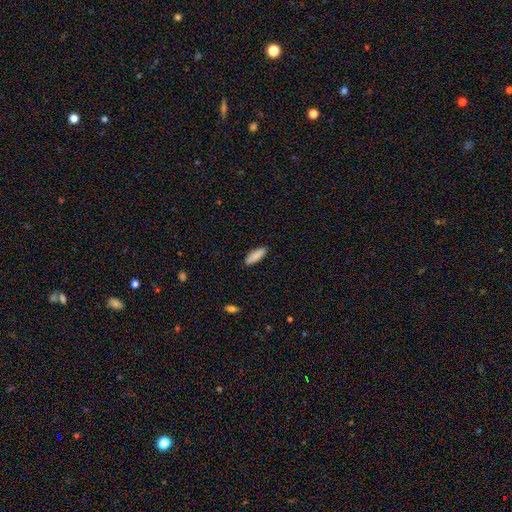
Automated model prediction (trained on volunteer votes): A smooth galaxy with no disk features (88%) that is in between round and cigar-shaped (58%).

Vote fractions:
- Smooth or featured? smooth: 88% / star or artifact: 6% / featured or disk: 5%
- How rounded? in between: 58% / cigar-shaped: 40% / round: 2%
- Merging? none: 89% / minor disturbance: 8% / major disturbance: 2% / merger: 1%